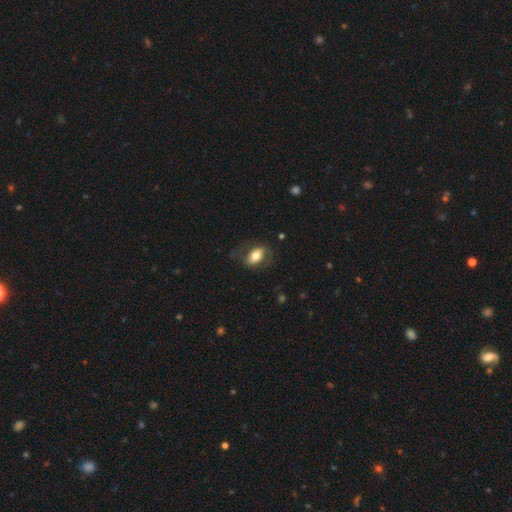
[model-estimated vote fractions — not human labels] This is likely a smooth galaxy (62%). How rounded: clearly in between (88%). Merging: likely none (68%).